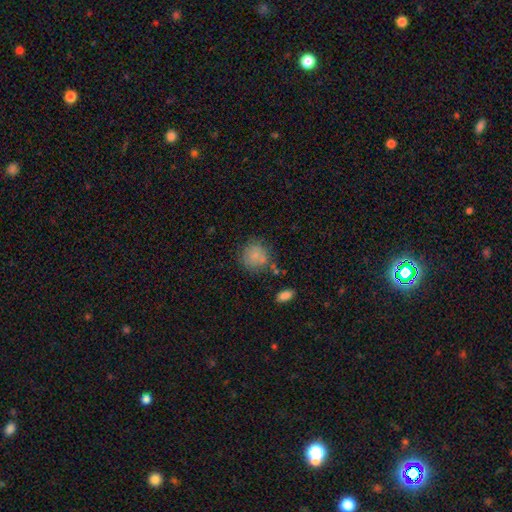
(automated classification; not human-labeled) A smooth galaxy with no disk features (81%) that is round (86%). Merging: none (68%).